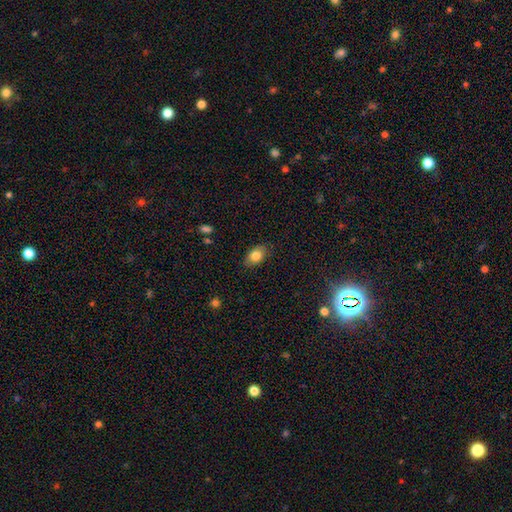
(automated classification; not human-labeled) smooth 81%, featured or disk 11%, star or artifact 8%. Down the decision tree: how rounded — in between (86%); merging — none (82%).